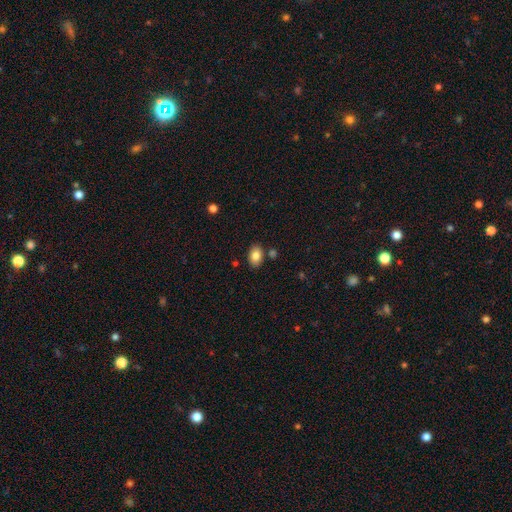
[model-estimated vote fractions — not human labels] Morphology: type=smooth (84%); roundness=in between (85%); merging=none (81%).